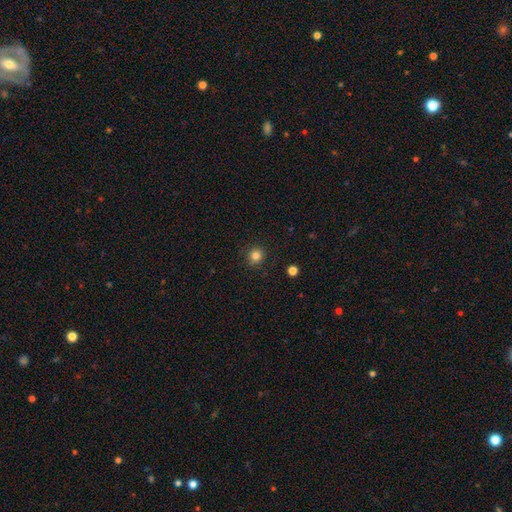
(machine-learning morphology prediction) type=smooth (83%); roundness=round (92%); merging=none (90%).